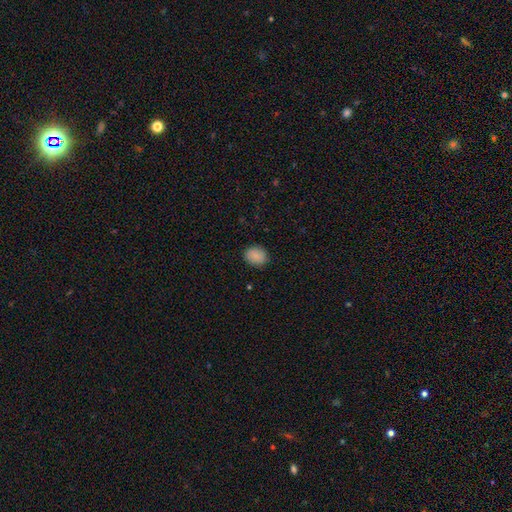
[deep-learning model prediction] Smooth or featured: smooth — 88% (star or artifact — 8%)
How rounded: round — 56% (in between — 43%)
Merging: none — 88% (minor disturbance — 9%)